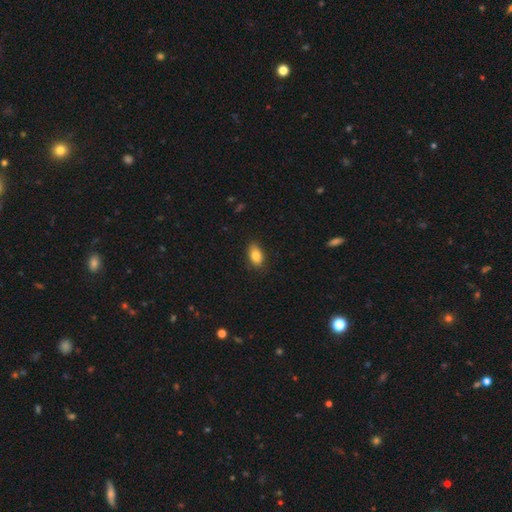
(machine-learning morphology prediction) type=smooth (84%); roundness=in between (89%); merging=none (85%).